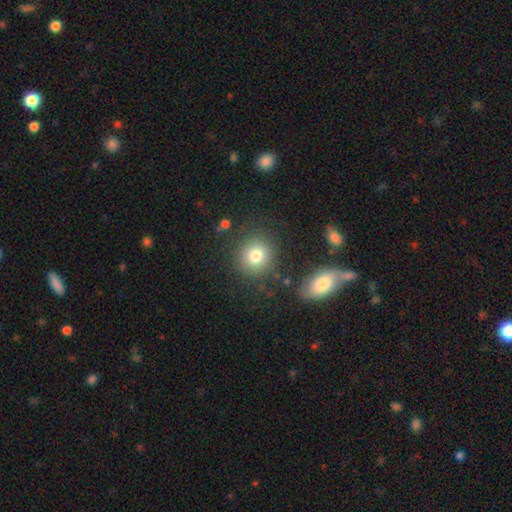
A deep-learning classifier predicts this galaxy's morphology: Smooth or featured? Predicted: smooth (p=0.79). How rounded? Predicted: round (p=0.88). Merging? Predicted: none (p=0.83).